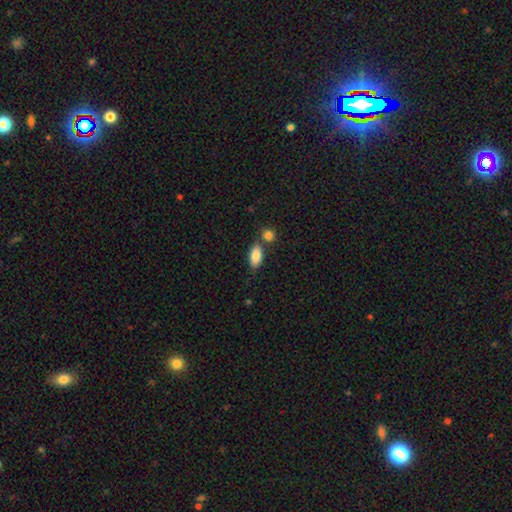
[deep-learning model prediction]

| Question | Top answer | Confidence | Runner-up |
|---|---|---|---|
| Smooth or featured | smooth | 84% | featured or disk (9%) |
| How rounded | in between | 87% | cigar-shaped (9%) |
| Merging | none | 64% | merger (19%) |